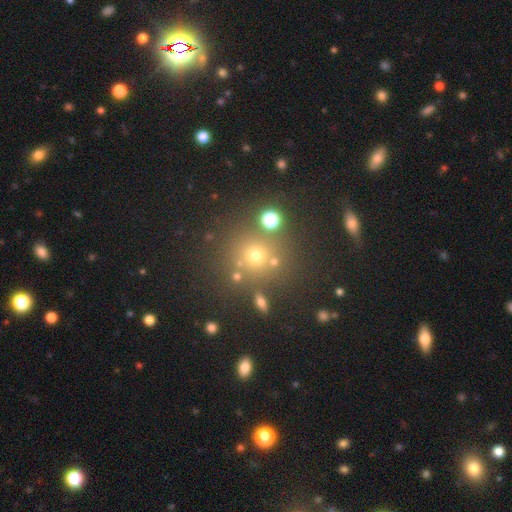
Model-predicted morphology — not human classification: A smooth galaxy with no disk features (62%) that is round (89%). Merging: none (75%).